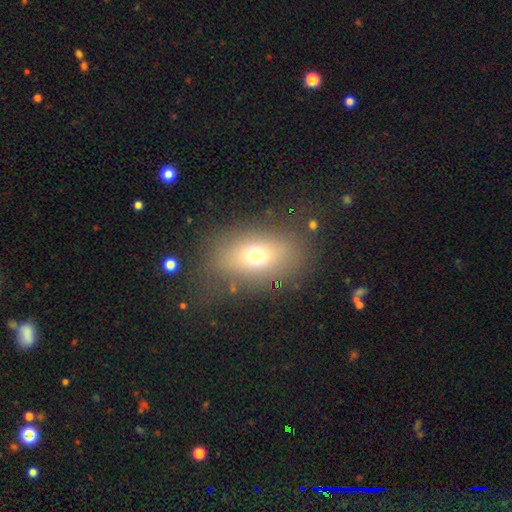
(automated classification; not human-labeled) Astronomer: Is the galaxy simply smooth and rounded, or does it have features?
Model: smooth — 67%.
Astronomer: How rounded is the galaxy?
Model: in between — 78%.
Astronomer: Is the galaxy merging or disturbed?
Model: none — 75%.